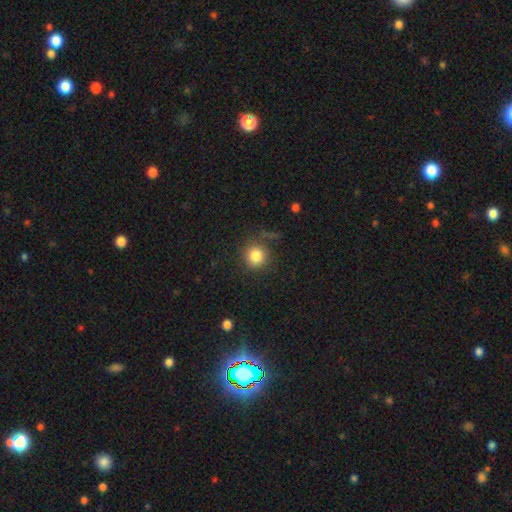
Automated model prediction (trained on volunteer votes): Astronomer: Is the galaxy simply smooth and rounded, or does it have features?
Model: smooth — 84%.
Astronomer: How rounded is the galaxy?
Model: round — 93%.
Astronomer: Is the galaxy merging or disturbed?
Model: none — 82%.